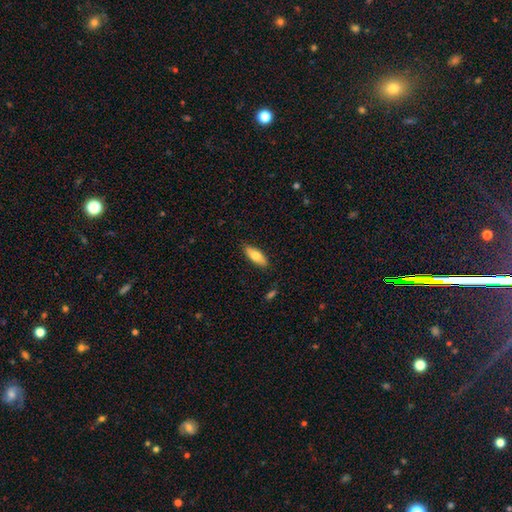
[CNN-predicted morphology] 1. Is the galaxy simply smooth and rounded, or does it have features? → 74% smooth, 20% featured or disk, 6% star or artifact.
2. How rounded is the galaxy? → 74% in between, 24% cigar-shaped, 2% round.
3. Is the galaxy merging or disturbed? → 86% none, 11% minor disturbance, 2% major disturbance, 1% merger.